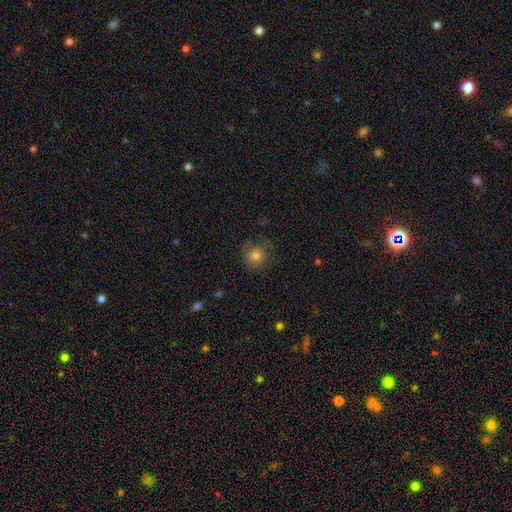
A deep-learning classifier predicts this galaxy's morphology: smooth 79%, star or artifact 12%, featured or disk 9%. Down the decision tree: how rounded — round (90%); merging — none (78%).